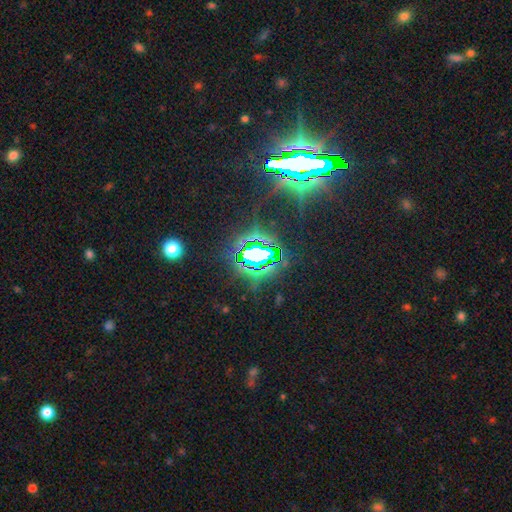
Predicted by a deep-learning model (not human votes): Morphology: type=star or artifact (81%).